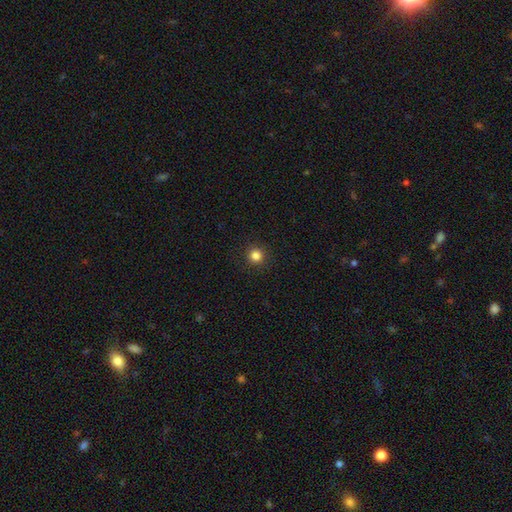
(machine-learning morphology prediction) Smooth or featured? Predicted: smooth (p=0.84). How rounded? Predicted: round (p=0.95). Merging? Predicted: none (p=0.93).